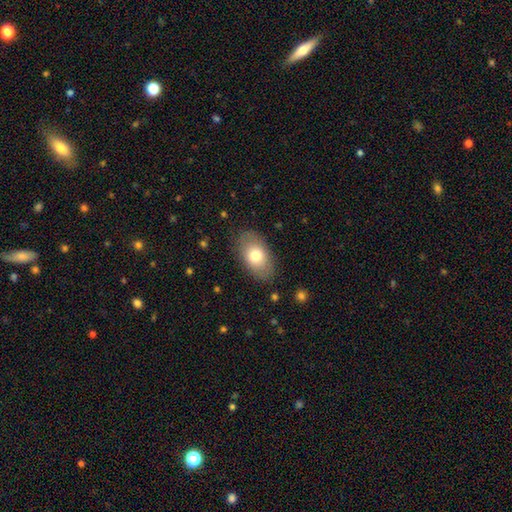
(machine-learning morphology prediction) Smooth or featured: smooth — 74% (featured or disk — 19%)
How rounded: in between — 90% (round — 8%)
Merging: none — 83% (minor disturbance — 12%)